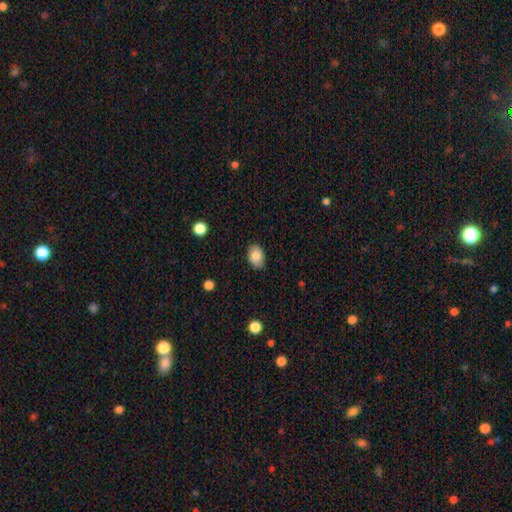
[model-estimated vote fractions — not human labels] Smooth or featured: smooth — 85% (star or artifact — 8%)
How rounded: in between — 77% (round — 22%)
Merging: none — 84% (minor disturbance — 12%)